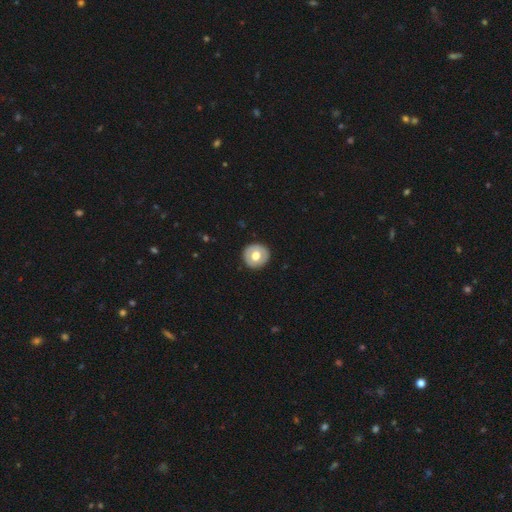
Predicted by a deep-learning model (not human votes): The model was most divided on "smooth or featured": smooth: 59%, featured or disk: 35%, star or artifact: 6%. More confident: merging — none (90%); how rounded — round (89%).